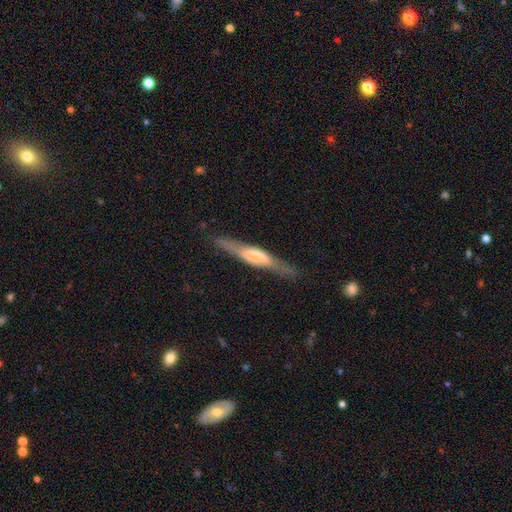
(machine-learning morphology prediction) A featured or disk galaxy (66%) viewed edge-on (91%) with a rounded central bulge (51%).

Vote fractions:
- Smooth or featured? featured or disk: 66% / smooth: 28% / star or artifact: 6%
- Edge-on disk? yes: 91% / no: 9%
- Edge-on bulge? rounded: 51% / boxy: 36% / none: 13%
- Merging? none: 78% / minor disturbance: 15% / major disturbance: 5% / merger: 2%